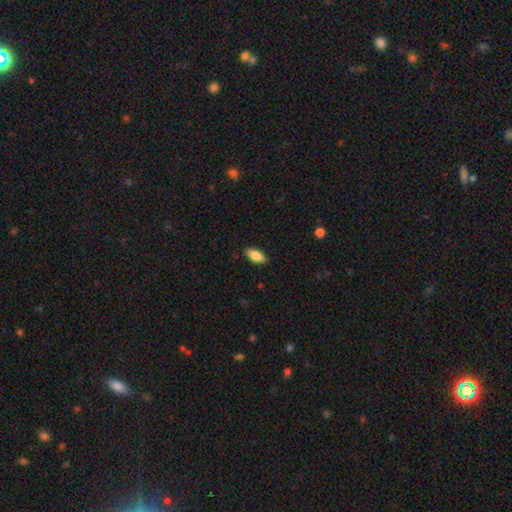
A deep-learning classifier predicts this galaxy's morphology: Smooth or featured: smooth — 83% (featured or disk — 11%)
How rounded: in between — 89% (cigar-shaped — 9%)
Merging: none — 87% (minor disturbance — 10%)